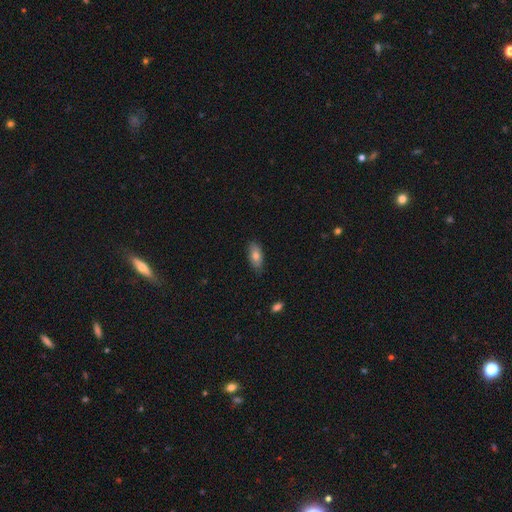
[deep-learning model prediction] Overall: smooth (76%). How rounded: in between (85%). Merging: none (81%).